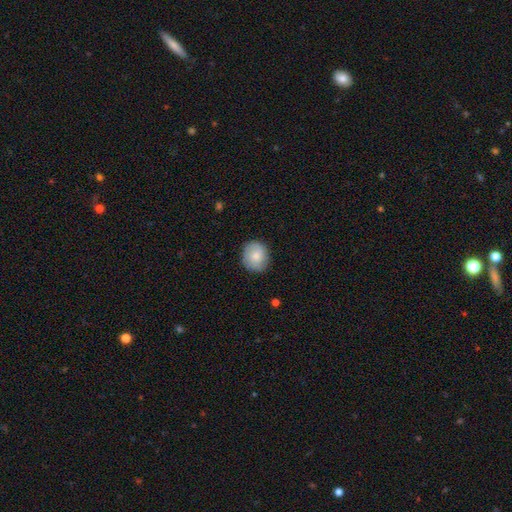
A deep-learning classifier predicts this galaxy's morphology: Smooth or featured?
  - smooth: 75% *
  - featured or disk: 18%
  - star or artifact: 7%
How rounded?
  - round: 75% *
  - in between: 24%
  - cigar-shaped: 1%
Merging?
  - none: 83% *
  - minor disturbance: 13%
  - major disturbance: 3%
  - merger: 1%